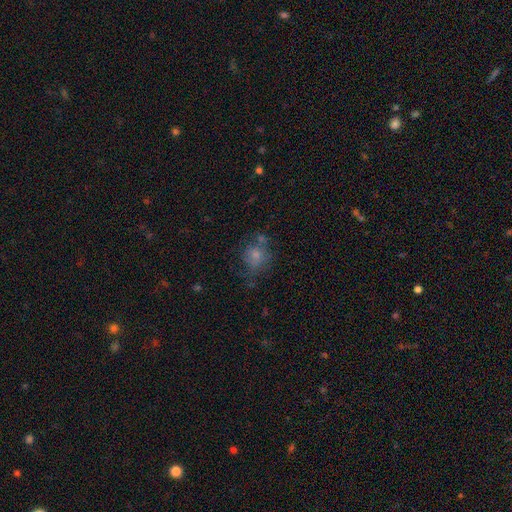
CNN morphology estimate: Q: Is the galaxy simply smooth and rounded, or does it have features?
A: smooth — 70%.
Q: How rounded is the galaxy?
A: round — 66%.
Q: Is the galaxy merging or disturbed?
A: none — 46%.